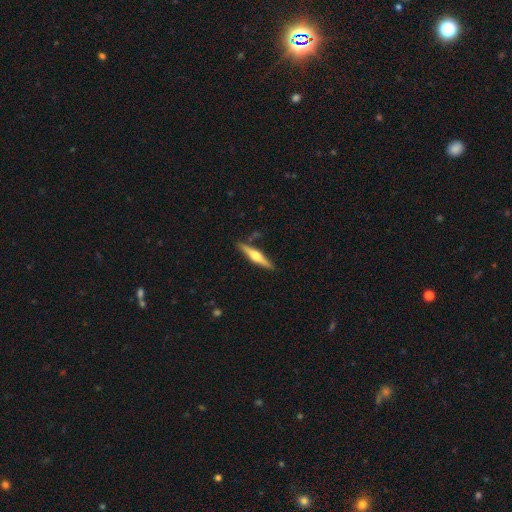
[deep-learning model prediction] featured or disk 68%, smooth 27%, star or artifact 5%. Down the decision tree: edge-on disk — yes (98%); edge-on bulge — rounded (93%); merging — none (87%).